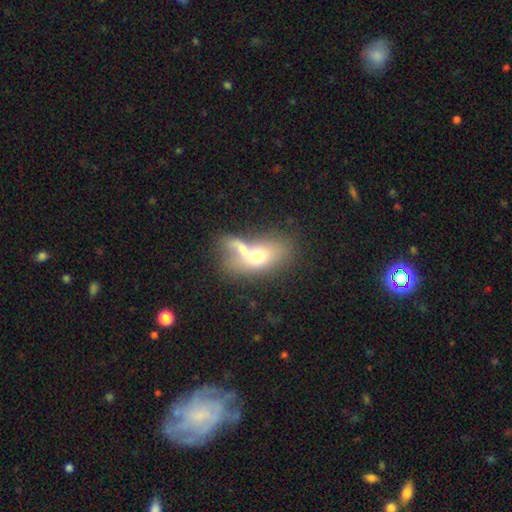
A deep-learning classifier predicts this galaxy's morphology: Smooth or featured?
  - smooth: 60% *
  - featured or disk: 31%
  - star or artifact: 9%
How rounded?
  - in between: 78% *
  - round: 16%
  - cigar-shaped: 6%
Merging?
  - merger: 62% *
  - none: 17%
  - major disturbance: 12%
  - minor disturbance: 9%